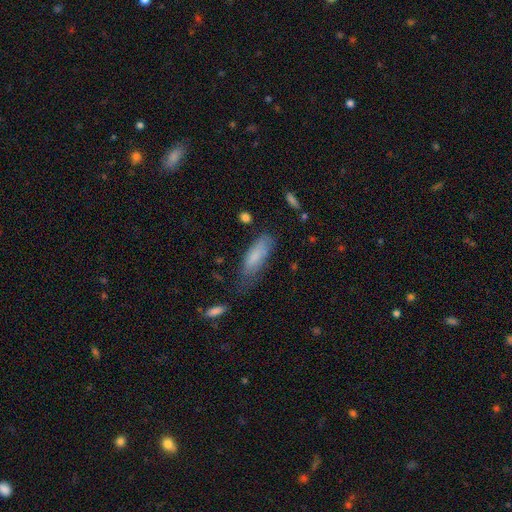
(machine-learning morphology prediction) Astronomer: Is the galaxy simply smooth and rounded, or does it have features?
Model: smooth — 79%.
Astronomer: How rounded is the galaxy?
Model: in between — 59% (runner-up: cigar-shaped, 39%).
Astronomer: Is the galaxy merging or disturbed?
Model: none — 51% (runner-up: minor disturbance, 33%).